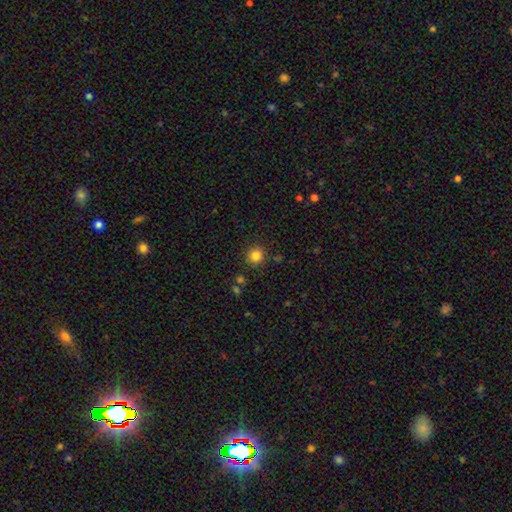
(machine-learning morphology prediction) smooth 83%, star or artifact 12%, featured or disk 5%. Down the decision tree: how rounded — round (91%); merging — none (88%).